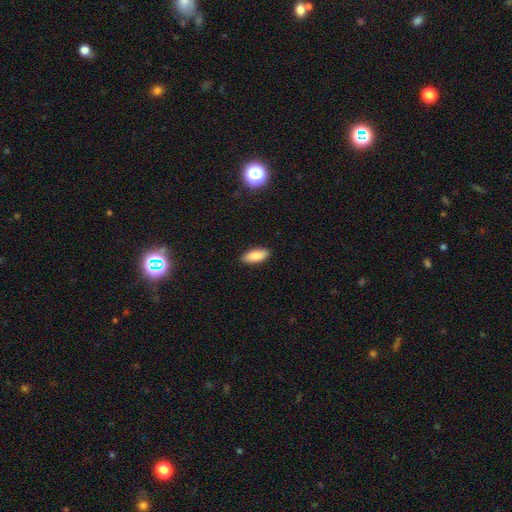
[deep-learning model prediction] Smooth or featured: smooth — 86% (featured or disk — 7%)
How rounded: in between — 79% (cigar-shaped — 19%)
Merging: none — 88% (minor disturbance — 9%)